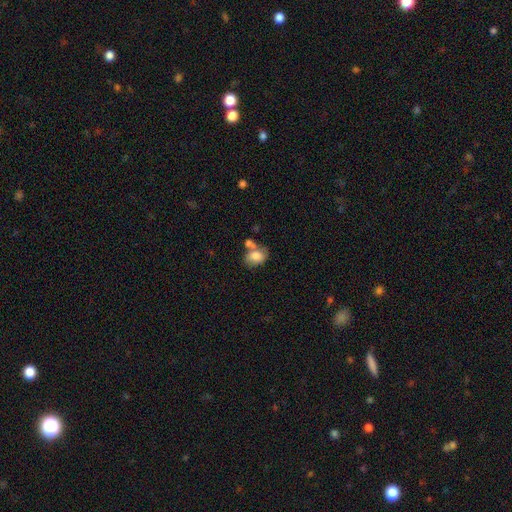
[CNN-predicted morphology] type=smooth (77%); roundness=in between (72%); merging=none (39%).